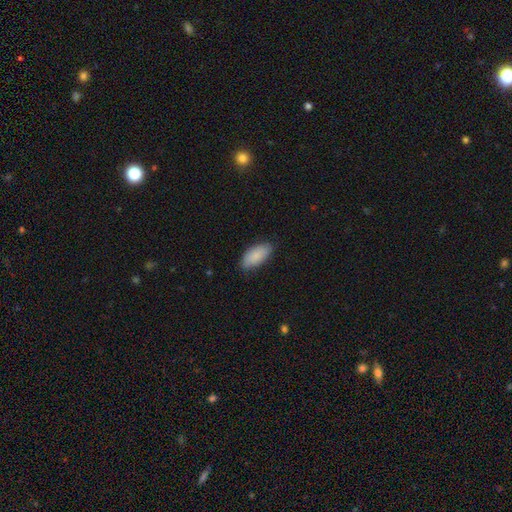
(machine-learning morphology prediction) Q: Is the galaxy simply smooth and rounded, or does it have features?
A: smooth — 87%.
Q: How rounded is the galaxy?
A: in between — 91%.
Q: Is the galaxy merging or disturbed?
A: none — 78%.